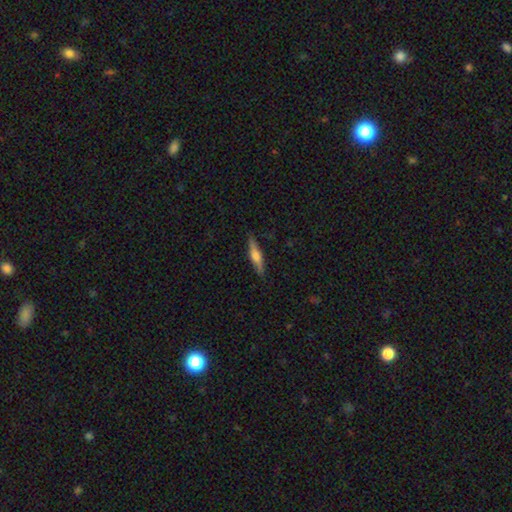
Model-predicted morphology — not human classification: A featured or disk galaxy (48%).

Vote fractions:
- Smooth or featured? featured or disk: 48% / smooth: 46% / star or artifact: 6%
- Merging? none: 87% / minor disturbance: 10% / major disturbance: 2% / merger: 1%